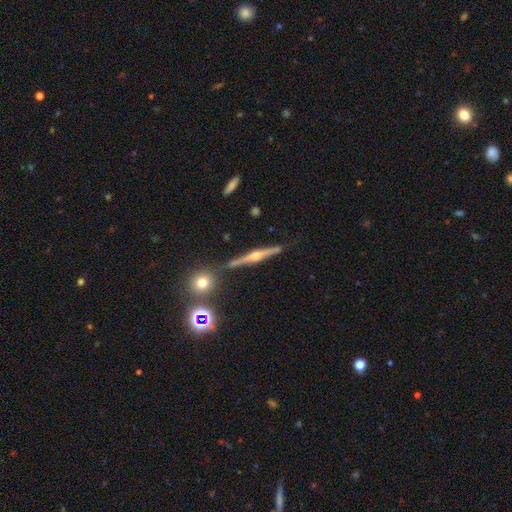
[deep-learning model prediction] A featured or disk galaxy (81%) viewed edge-on (98%) with a rounded central bulge (93%).

Vote fractions:
- Smooth or featured? featured or disk: 81% / smooth: 11% / star or artifact: 8%
- Edge-on disk? yes: 98% / no: 2%
- Edge-on bulge? rounded: 93% / boxy: 4% / none: 3%
- Merging? none: 85% / minor disturbance: 9% / merger: 4% / major disturbance: 2%